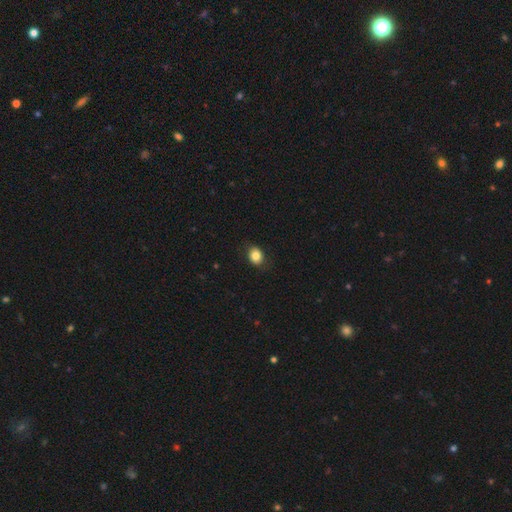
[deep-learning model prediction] The model was most divided on "how rounded": in between: 54%, round: 45%, cigar-shaped: 1%. More confident: smooth or featured — smooth (84%); merging — none (83%).